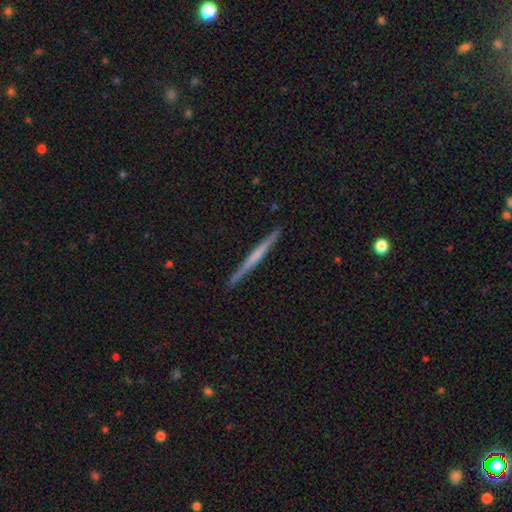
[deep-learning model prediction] smooth_or_featured: featured or disk (p=0.55) [alt: smooth p=0.40]
disk_edge_on: yes (p=0.98) [alt: no p=0.02]
edge_on_bulge: none (p=0.78) [alt: rounded p=0.13]
merging: none (p=0.91) [alt: minor disturbance p=0.06]